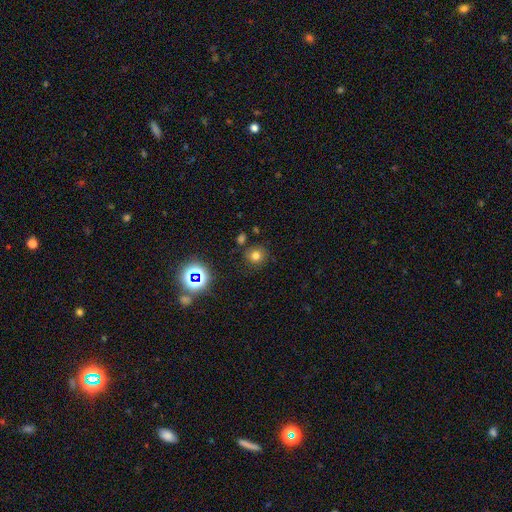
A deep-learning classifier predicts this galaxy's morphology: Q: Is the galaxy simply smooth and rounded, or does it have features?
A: smooth — 70%.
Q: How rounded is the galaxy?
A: round — 89%.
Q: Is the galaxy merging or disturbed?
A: none — 82%.